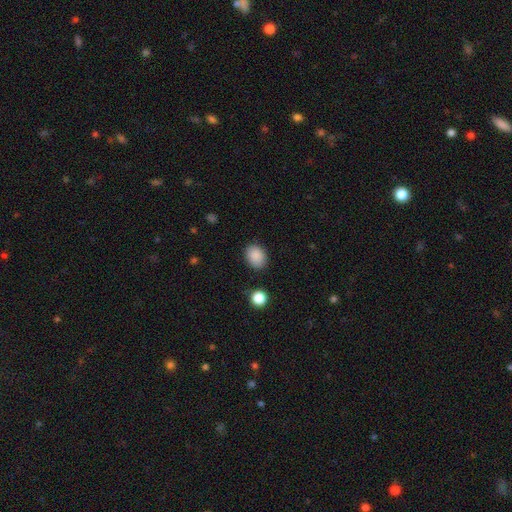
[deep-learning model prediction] Q: Smooth or featured?
A: smooth (88%); runner-up: star or artifact (8%)
Q: How rounded?
A: in between (68%); runner-up: round (31%)
Q: Merging?
A: none (84%); runner-up: minor disturbance (11%)